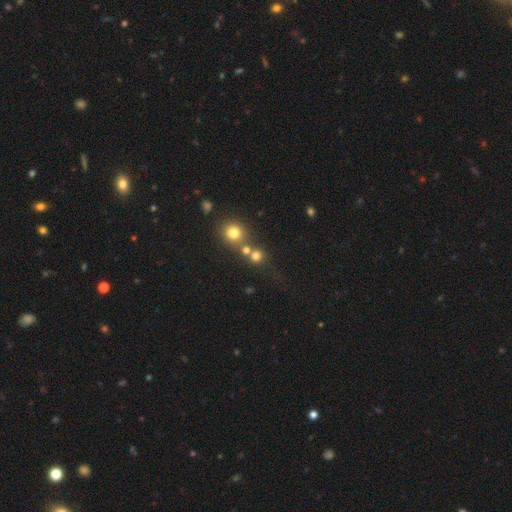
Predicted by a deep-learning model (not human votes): Smooth or featured: smooth — 73% (star or artifact — 18%)
How rounded: round — 87% (in between — 11%)
Merging: none — 54% (merger — 34%)